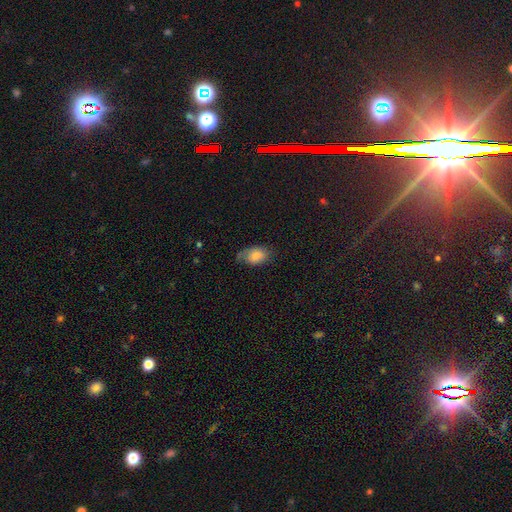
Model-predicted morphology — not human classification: type=smooth (78%); roundness=in between (89%); merging=none (58%).